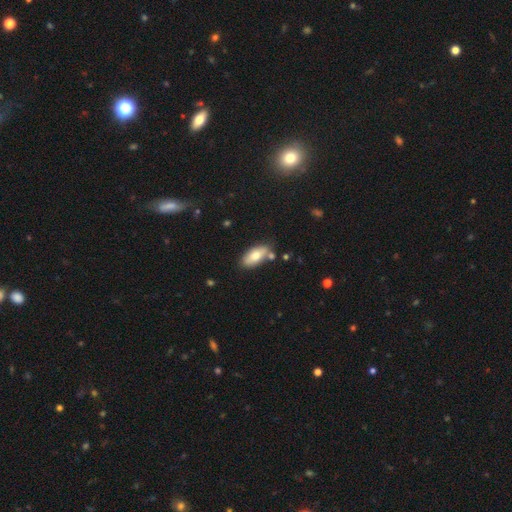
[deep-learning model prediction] Smooth or featured?
  - smooth: 73% *
  - featured or disk: 20%
  - star or artifact: 7%
How rounded?
  - in between: 87% *
  - cigar-shaped: 10%
  - round: 2%
Merging?
  - none: 73% *
  - minor disturbance: 15%
  - merger: 9%
  - major disturbance: 3%